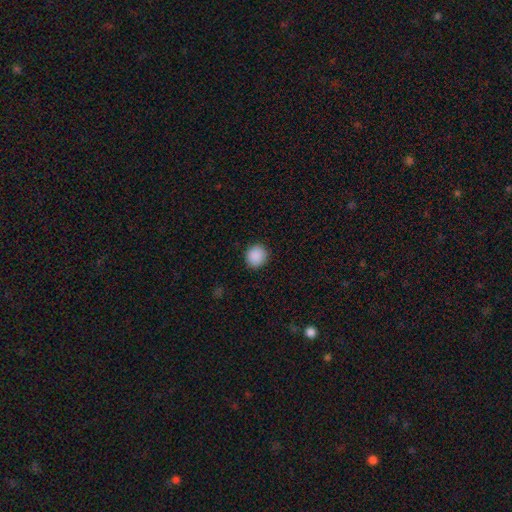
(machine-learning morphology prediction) A smooth galaxy with no disk features (89%) that is round (89%). Merging: none (91%).